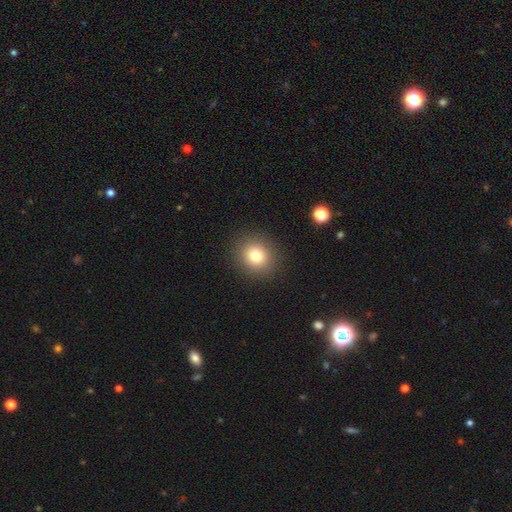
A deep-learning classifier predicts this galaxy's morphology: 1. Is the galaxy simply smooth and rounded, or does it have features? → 79% smooth, 12% star or artifact, 8% featured or disk.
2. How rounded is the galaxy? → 80% round, 19% in between, 1% cigar-shaped.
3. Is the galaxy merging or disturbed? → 90% none, 6% minor disturbance, 3% major disturbance, 1% merger.